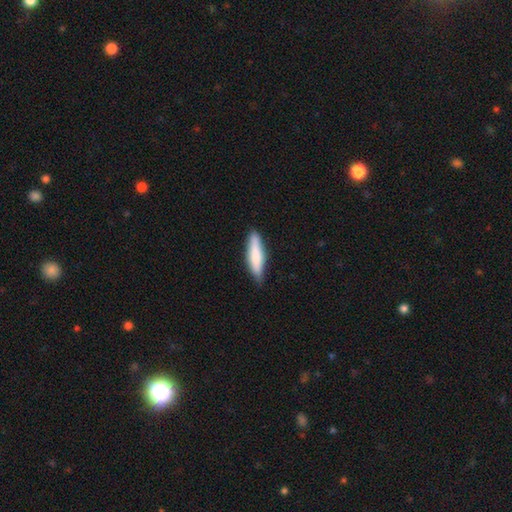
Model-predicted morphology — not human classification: A smooth galaxy with no disk features (74%) that is cigar-shaped (74%).

Vote fractions:
- Smooth or featured? smooth: 74% / featured or disk: 21% / star or artifact: 5%
- How rounded? cigar-shaped: 74% / in between: 24% / round: 2%
- Merging? none: 82% / minor disturbance: 15% / major disturbance: 2% / merger: 1%